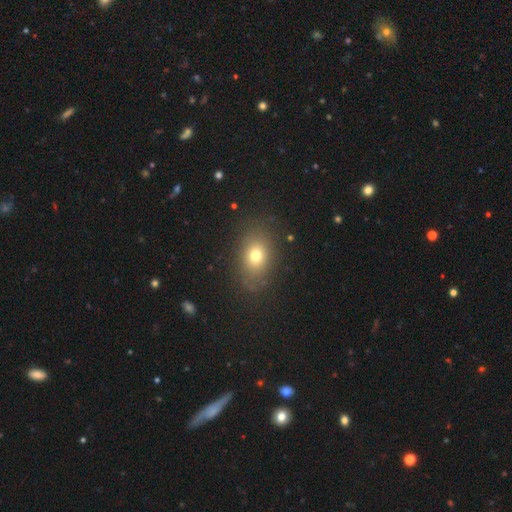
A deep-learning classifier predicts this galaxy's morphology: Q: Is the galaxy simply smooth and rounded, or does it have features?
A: smooth — 72%.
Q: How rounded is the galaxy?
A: in between — 65%.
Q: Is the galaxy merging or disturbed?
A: none — 81%.